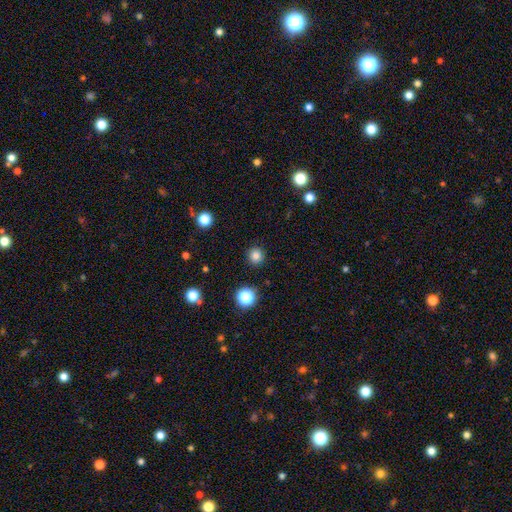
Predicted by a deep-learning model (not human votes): Smooth or featured? Predicted: smooth (p=0.81). How rounded? Predicted: round (p=0.94). Merging? Predicted: none (p=0.91).